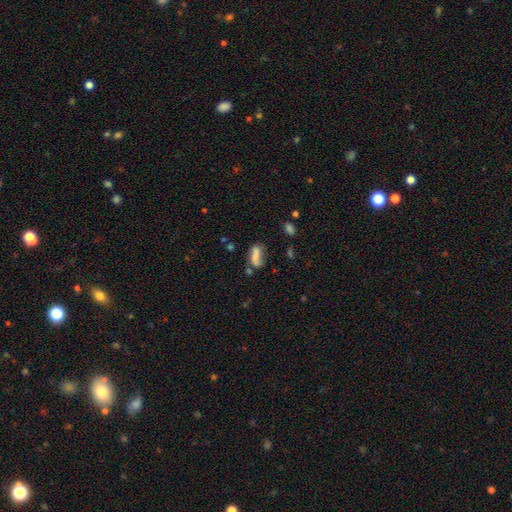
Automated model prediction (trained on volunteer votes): smooth-or-featured: smooth: 59% | featured or disk: 29% | star or artifact: 12%
  how-rounded: in between: 73% | cigar-shaped: 21% | round: 6%
  merging: none: 41% | minor disturbance: 24% | major disturbance: 18% | merger: 17%